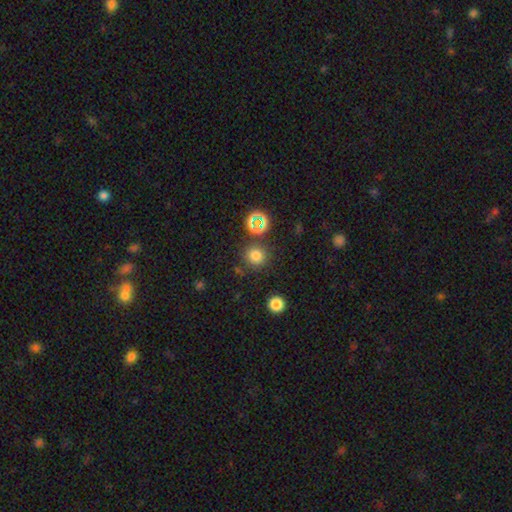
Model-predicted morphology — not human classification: smooth 73%, star or artifact 21%, featured or disk 6%. Down the decision tree: how rounded — round (92%); merging — none (83%).